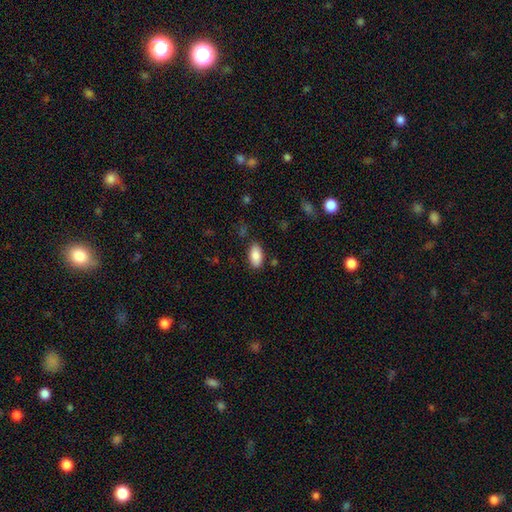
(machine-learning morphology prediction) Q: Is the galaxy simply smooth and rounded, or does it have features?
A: smooth — 87%.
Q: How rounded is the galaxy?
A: in between — 93%.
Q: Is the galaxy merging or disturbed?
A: none — 84%.